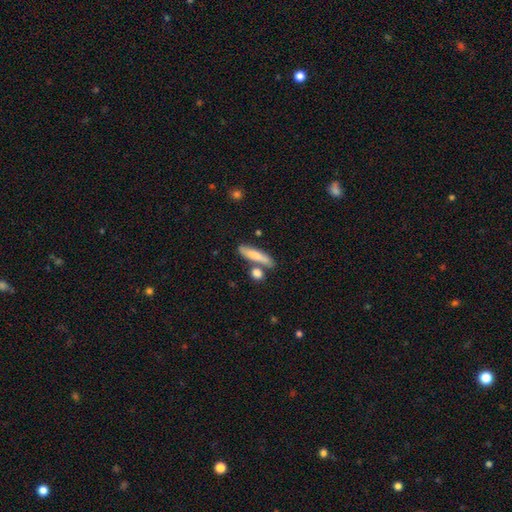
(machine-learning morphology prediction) A smooth galaxy with no disk features (77%) that is cigar-shaped (74%).

Vote fractions:
- Smooth or featured? smooth: 77% / featured or disk: 17% / star or artifact: 6%
- How rounded? cigar-shaped: 74% / in between: 22% / round: 4%
- Merging? none: 67% / merger: 16% / minor disturbance: 14% / major disturbance: 4%